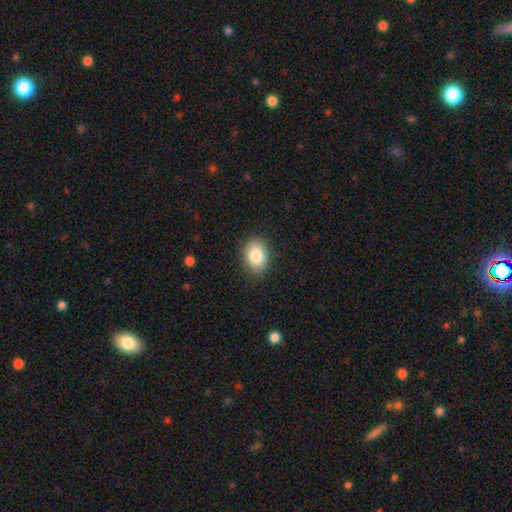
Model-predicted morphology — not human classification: type=smooth (84%); roundness=in between (75%); merging=none (85%).